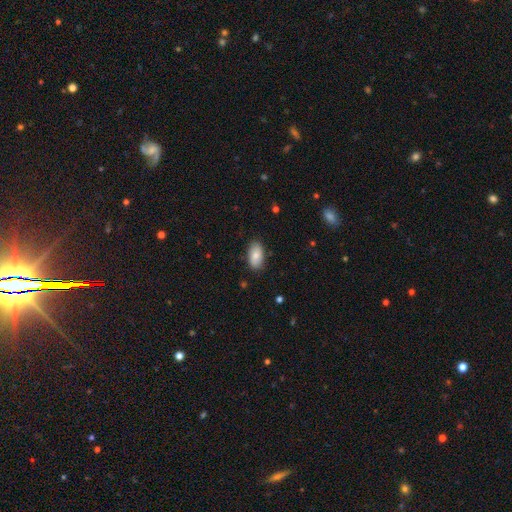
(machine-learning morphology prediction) Overall: smooth (80%). How rounded: in between (94%). Merging: none (83%).